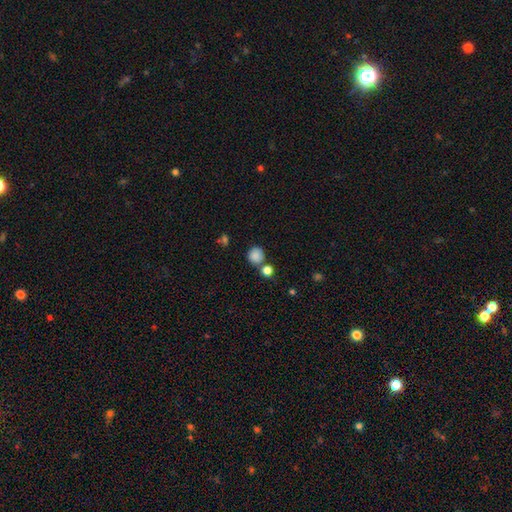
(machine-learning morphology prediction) smooth_or_featured: smooth (p=0.84) [alt: star or artifact p=0.10]
how_rounded: round (p=0.88) [alt: in between p=0.11]
merging: none (p=0.67) [alt: merger p=0.19]